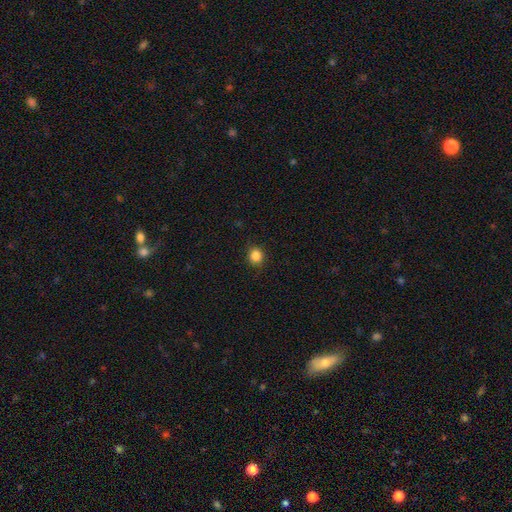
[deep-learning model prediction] Smooth or featured? smooth (85%)
How rounded? round (84%)
Merging? none (89%)